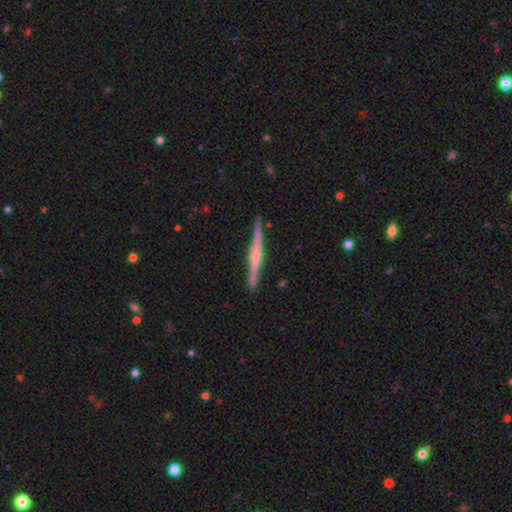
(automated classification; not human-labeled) featured or disk 72%, smooth 22%, star or artifact 5%. Down the decision tree: edge-on disk — yes (98%); edge-on bulge — rounded (61%); merging — none (90%).